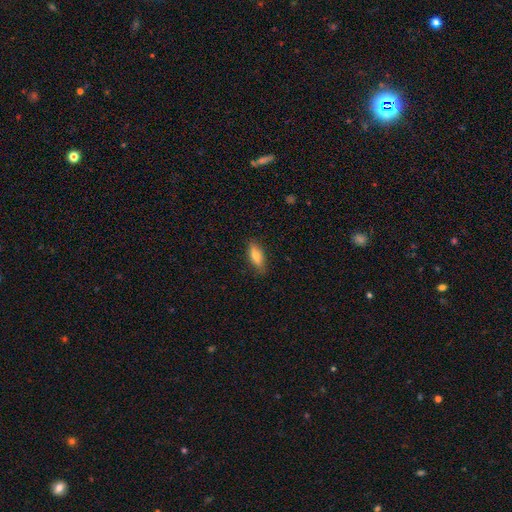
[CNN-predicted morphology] Q: Smooth or featured?
A: smooth (73%); runner-up: featured or disk (21%)
Q: How rounded?
A: in between (64%); runner-up: cigar-shaped (33%)
Q: Merging?
A: none (82%); runner-up: minor disturbance (14%)